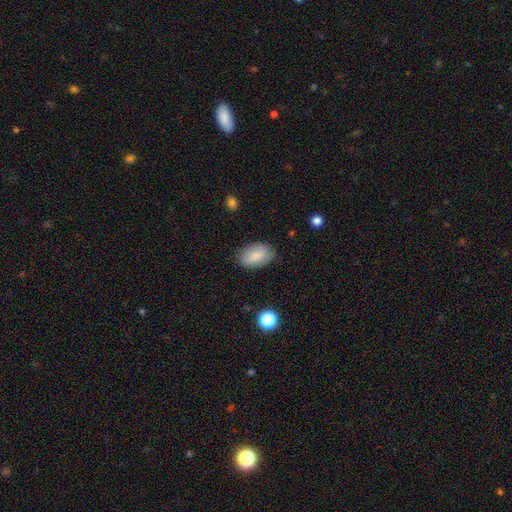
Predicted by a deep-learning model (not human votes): smooth-or-featured: smooth: 80% | featured or disk: 13% | star or artifact: 7%
  how-rounded: in between: 91% | round: 7% | cigar-shaped: 2%
  merging: none: 77% | minor disturbance: 18% | major disturbance: 4% | merger: 1%